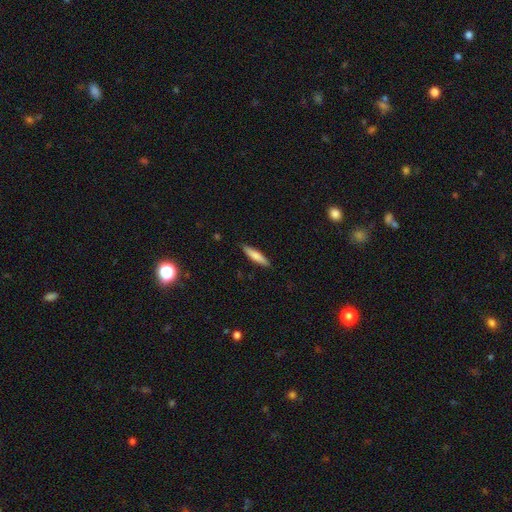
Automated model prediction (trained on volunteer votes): smooth 75%, featured or disk 20%, star or artifact 6%. Down the decision tree: how rounded — cigar-shaped (83%); merging — none (89%).